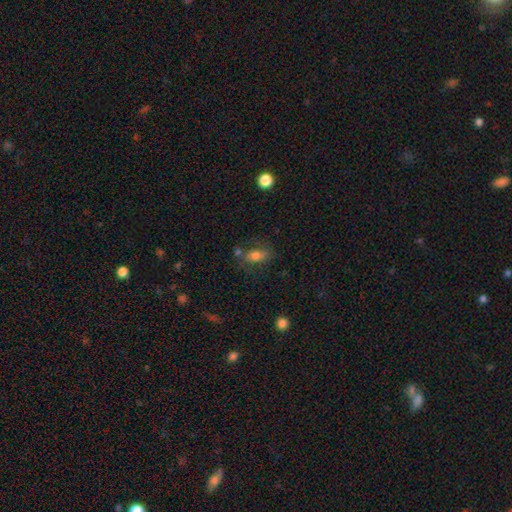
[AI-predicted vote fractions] smooth-or-featured: smooth: 70% | featured or disk: 19% | star or artifact: 11%
  how-rounded: in between: 81% | round: 12% | cigar-shaped: 7%
  merging: none: 59% | minor disturbance: 19% | merger: 12% | major disturbance: 9%